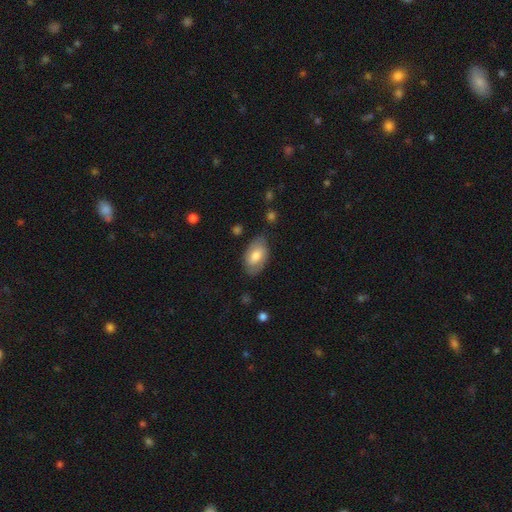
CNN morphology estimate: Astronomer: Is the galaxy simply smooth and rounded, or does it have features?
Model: smooth — 67%.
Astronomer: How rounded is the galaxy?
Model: in between — 93%.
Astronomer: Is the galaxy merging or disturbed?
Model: none — 75%.